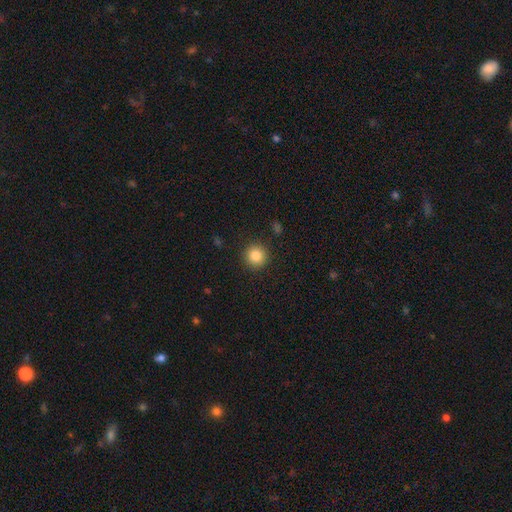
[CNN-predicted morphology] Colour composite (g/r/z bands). It shows a smooth galaxy with no disk features (85%) that is round (94%). Merging: none (91%).